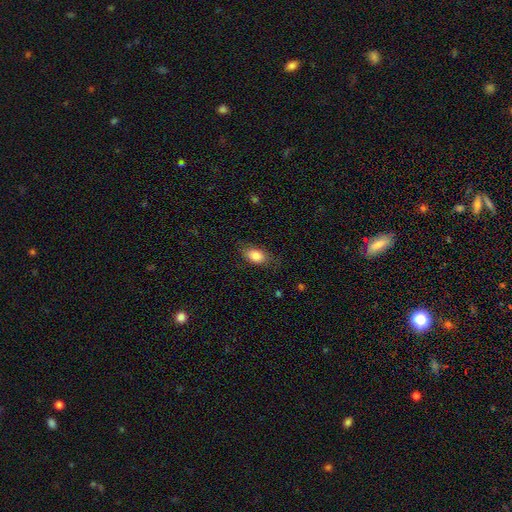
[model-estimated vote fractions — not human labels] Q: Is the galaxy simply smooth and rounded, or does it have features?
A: smooth — 85%.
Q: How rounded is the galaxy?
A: in between — 86%.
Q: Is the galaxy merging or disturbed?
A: none — 74%.